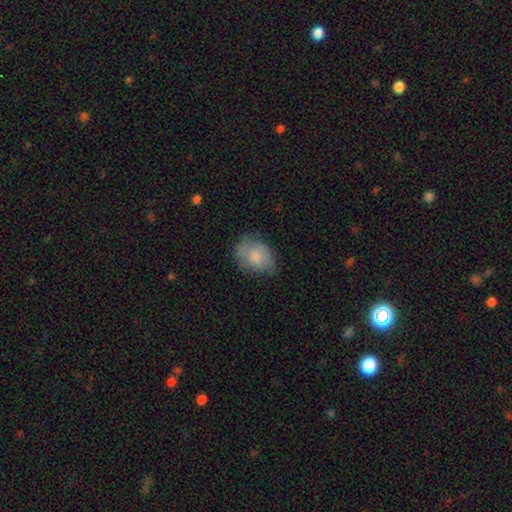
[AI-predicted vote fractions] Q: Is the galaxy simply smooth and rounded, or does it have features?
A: smooth — 70%.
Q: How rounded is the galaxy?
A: in between — 65%.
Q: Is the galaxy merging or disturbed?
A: none — 61%.